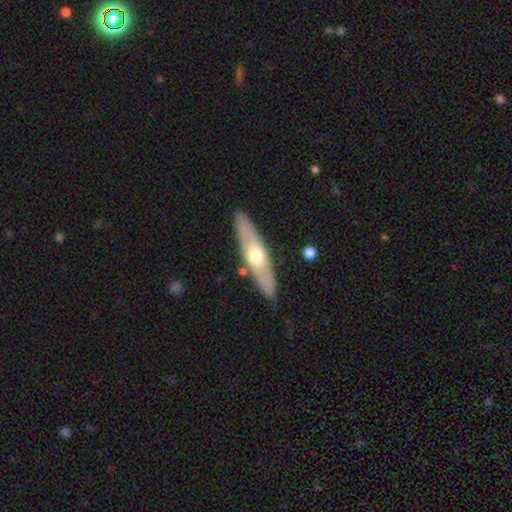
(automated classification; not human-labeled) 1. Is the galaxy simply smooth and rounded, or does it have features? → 53% featured or disk, 42% smooth, 5% star or artifact.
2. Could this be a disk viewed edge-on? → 69% yes, 31% no.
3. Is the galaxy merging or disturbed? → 86% none, 9% minor disturbance, 2% merger, 2% major disturbance.